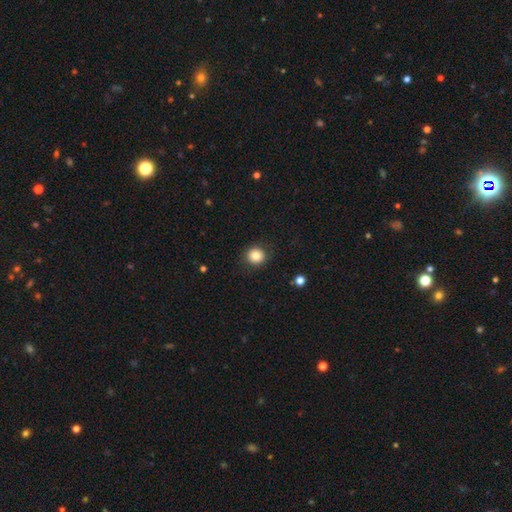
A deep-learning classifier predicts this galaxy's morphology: smooth_or_featured: smooth (p=0.83) [alt: star or artifact p=0.11]
how_rounded: round (p=0.89) [alt: in between p=0.11]
merging: none (p=0.88) [alt: minor disturbance p=0.08]